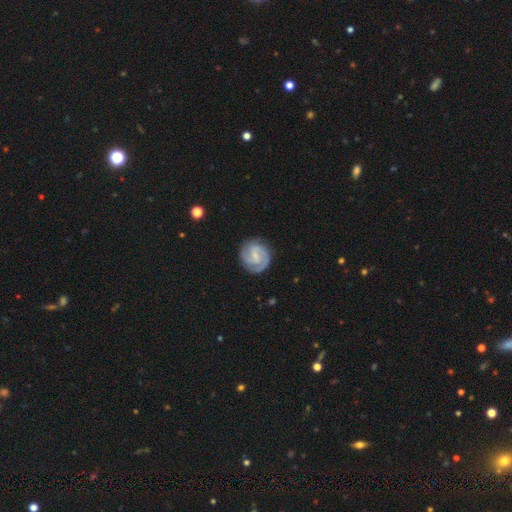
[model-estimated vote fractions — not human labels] A featured or disk galaxy (82%) with a weak bar (57%), 2 (65%) tight (50%) spiral arms (96%) and a small central bulge (60%). Merging: none (80%).